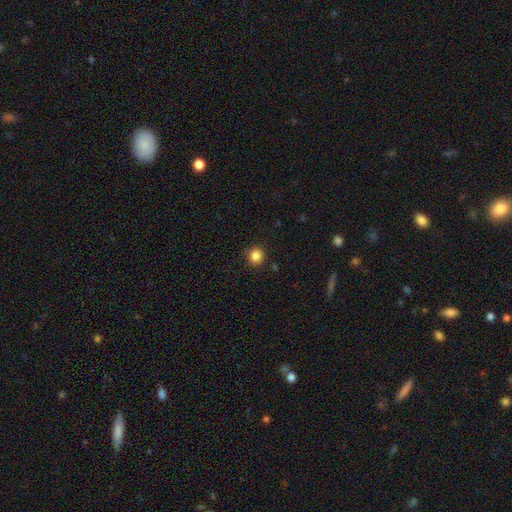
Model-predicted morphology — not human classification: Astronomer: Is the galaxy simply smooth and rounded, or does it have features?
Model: smooth — 85%.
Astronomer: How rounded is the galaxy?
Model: round — 92%.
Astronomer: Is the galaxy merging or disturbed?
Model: none — 90%.